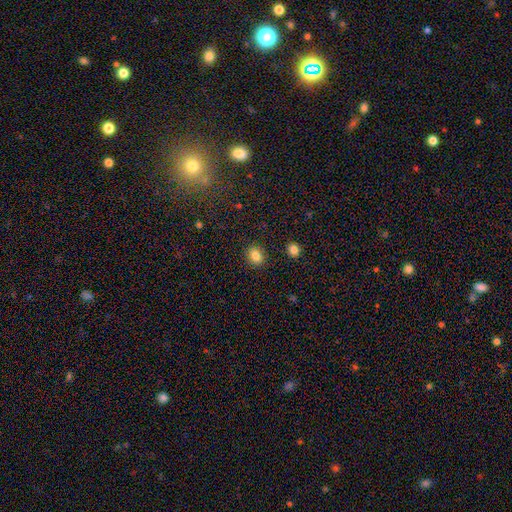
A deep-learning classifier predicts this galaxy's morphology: The model was most divided on "how rounded": round: 53%, in between: 46%, cigar-shaped: 1%. More confident: merging — none (89%); smooth or featured — smooth (85%).